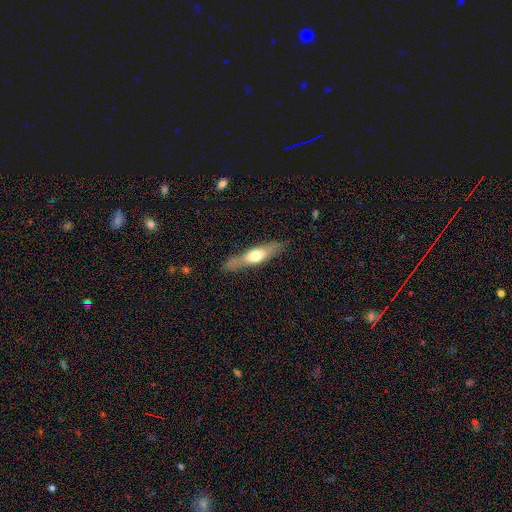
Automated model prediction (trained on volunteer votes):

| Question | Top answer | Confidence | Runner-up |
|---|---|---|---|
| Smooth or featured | smooth | 48% | featured or disk (46%) |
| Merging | none | 81% | minor disturbance (14%) |